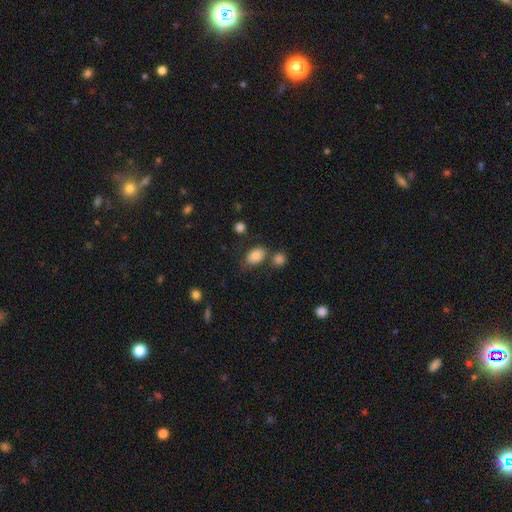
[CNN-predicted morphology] smooth-or-featured: smooth: 81% | featured or disk: 10% | star or artifact: 9%
  how-rounded: in between: 80% | round: 19% | cigar-shaped: 1%
  merging: none: 62% | minor disturbance: 17% | merger: 15% | major disturbance: 6%